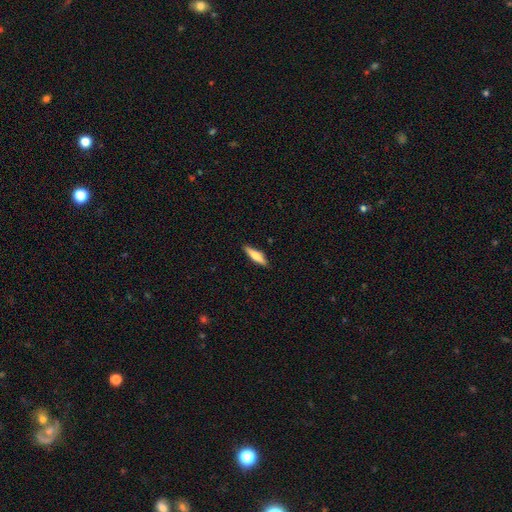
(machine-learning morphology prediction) smooth-or-featured: smooth: 57% | featured or disk: 37% | star or artifact: 6%
  how-rounded: cigar-shaped: 74% | in between: 24% | round: 2%
  merging: none: 88% | minor disturbance: 9% | major disturbance: 2% | merger: 1%